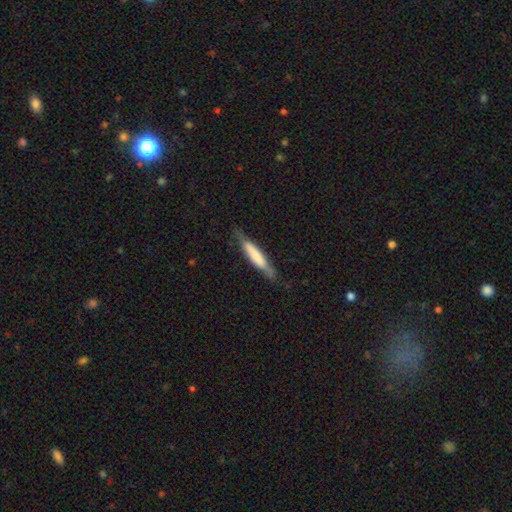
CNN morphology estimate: Smooth or featured? smooth (59%)
How rounded? cigar-shaped (88%)
Merging? none (75%)